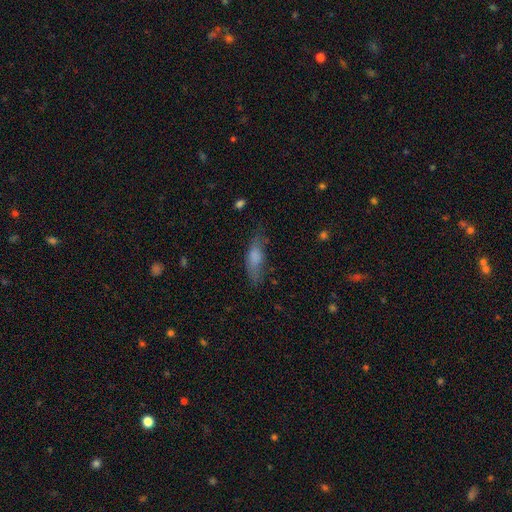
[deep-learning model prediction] Morphology: type=smooth (66%); roundness=cigar-shaped (50%); merging=none (63%).